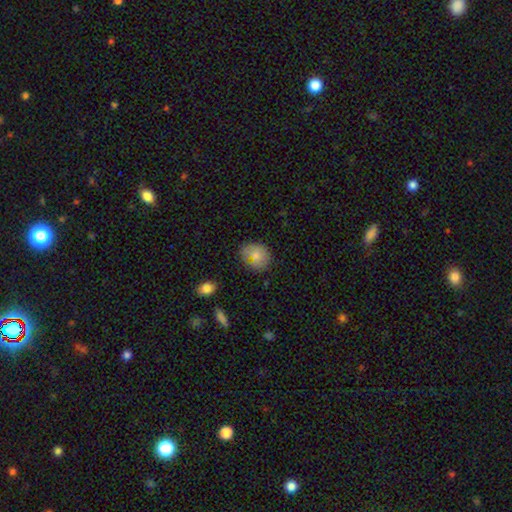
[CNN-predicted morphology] A smooth galaxy with no disk features (76%) that is round (67%).

Vote fractions:
- Smooth or featured? smooth: 76% / featured or disk: 15% / star or artifact: 9%
- How rounded? round: 67% / in between: 32% / cigar-shaped: 1%
- Merging? none: 67% / minor disturbance: 23% / major disturbance: 7% / merger: 3%